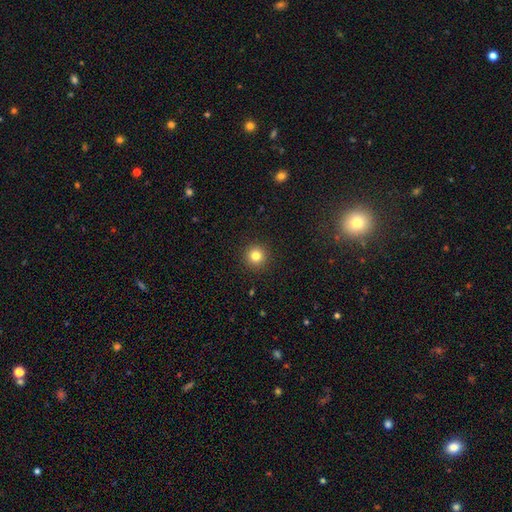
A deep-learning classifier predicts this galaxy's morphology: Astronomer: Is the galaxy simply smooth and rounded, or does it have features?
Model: smooth — 82%.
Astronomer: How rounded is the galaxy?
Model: round — 96%.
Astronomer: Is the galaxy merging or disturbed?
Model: none — 93%.